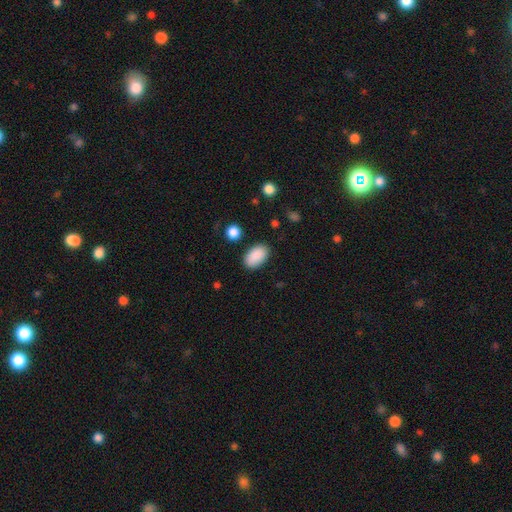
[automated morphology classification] smooth 90%, star or artifact 7%, featured or disk 3%. Down the decision tree: how rounded — in between (93%); merging — none (86%).